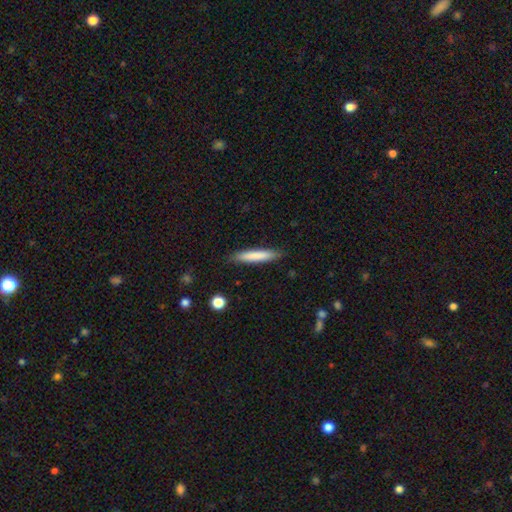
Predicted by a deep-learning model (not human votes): A smooth galaxy with no disk features (79%) that is cigar-shaped (90%). Merging: none (87%).